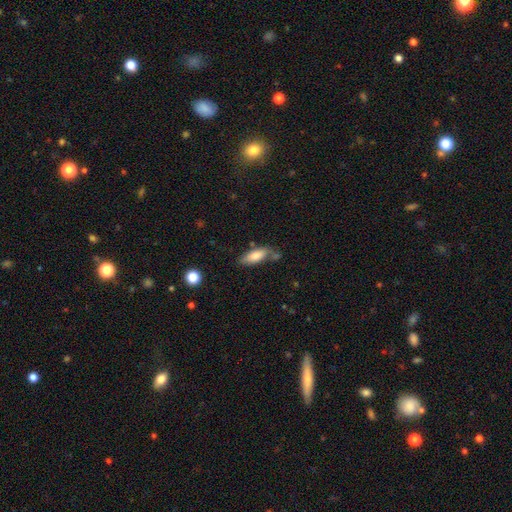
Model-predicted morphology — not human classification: The model was most divided on "merging": none: 59%, minor disturbance: 22%, merger: 13%, major disturbance: 6%. More confident: smooth or featured — smooth (78%); how rounded — in between (69%).